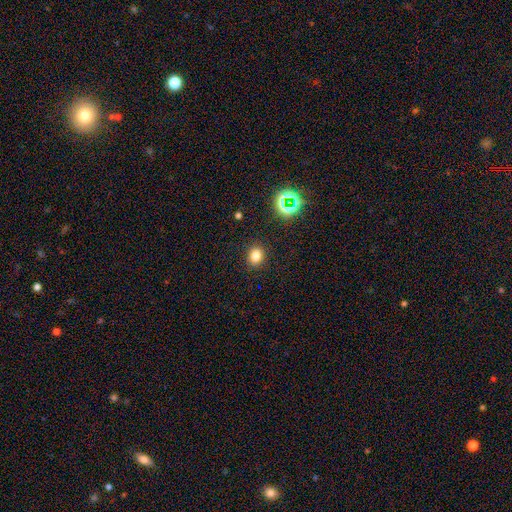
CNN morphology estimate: Q: Smooth or featured?
A: smooth (78%); runner-up: star or artifact (17%)
Q: How rounded?
A: round (57%); runner-up: in between (42%)
Q: Merging?
A: none (89%); runner-up: minor disturbance (7%)